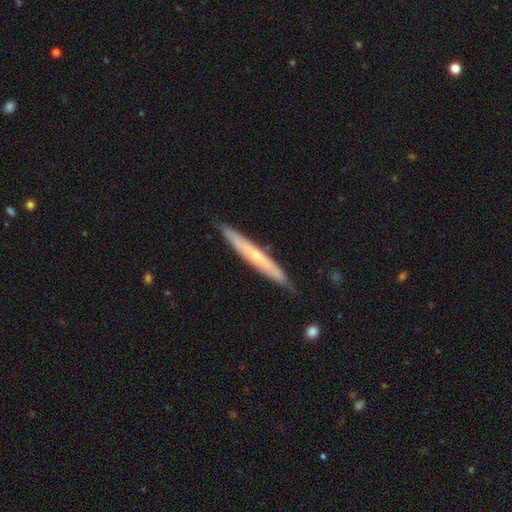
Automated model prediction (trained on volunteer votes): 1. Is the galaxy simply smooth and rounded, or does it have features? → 56% featured or disk, 38% smooth, 6% star or artifact.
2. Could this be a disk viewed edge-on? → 89% yes, 11% no.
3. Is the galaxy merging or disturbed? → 85% none, 12% minor disturbance, 2% major disturbance, 1% merger.